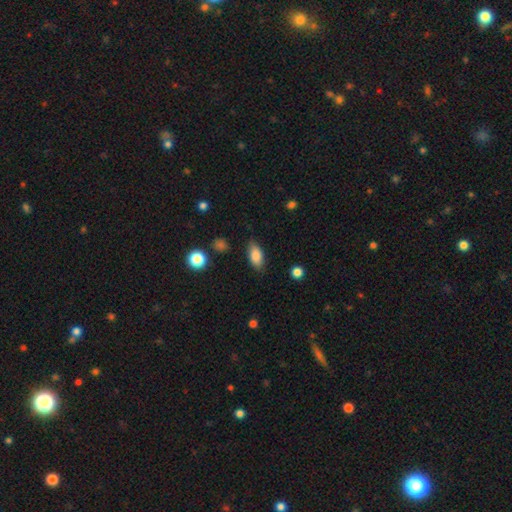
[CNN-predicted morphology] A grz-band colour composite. It shows a smooth galaxy with no disk features (84%) that is in between round and cigar-shaped (88%). Merging: none (81%).